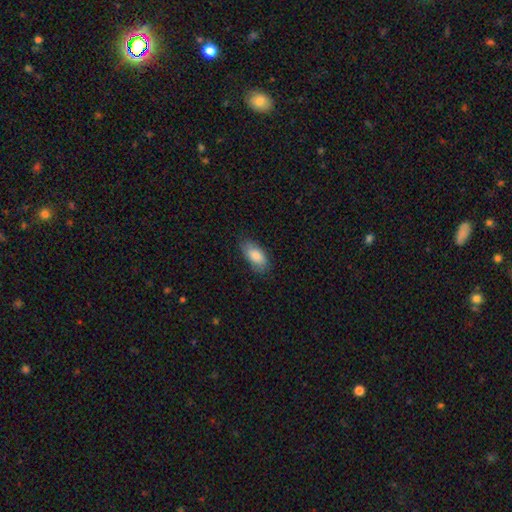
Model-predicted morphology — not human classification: Smooth or featured?
  - smooth: 86% *
  - featured or disk: 7%
  - star or artifact: 6%
How rounded?
  - in between: 90% *
  - cigar-shaped: 8%
  - round: 3%
Merging?
  - none: 76% *
  - minor disturbance: 19%
  - major disturbance: 4%
  - merger: 1%